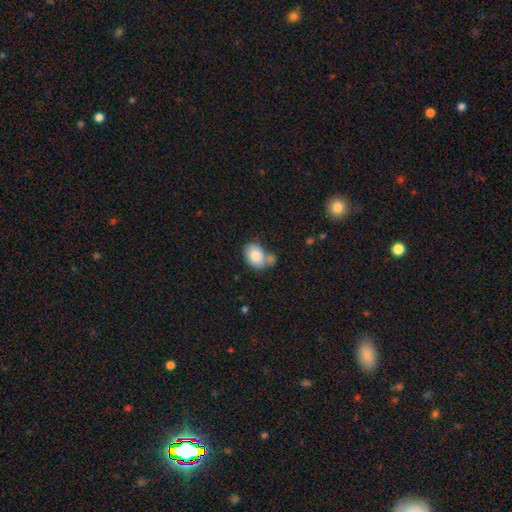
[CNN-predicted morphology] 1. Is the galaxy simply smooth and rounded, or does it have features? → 82% smooth, 10% featured or disk, 7% star or artifact.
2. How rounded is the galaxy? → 77% in between, 22% round, 1% cigar-shaped.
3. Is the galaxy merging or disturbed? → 45% none, 29% merger, 19% minor disturbance, 7% major disturbance.